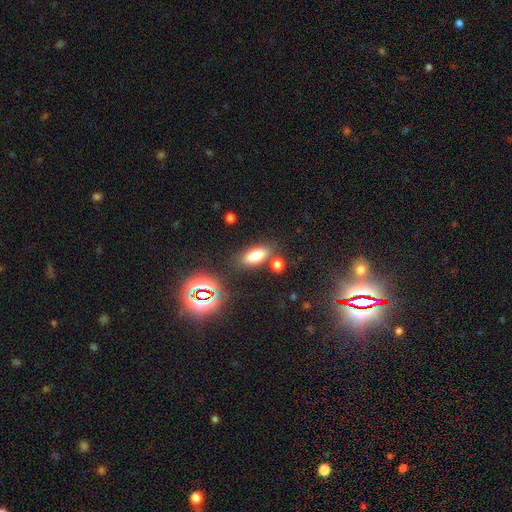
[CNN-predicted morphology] smooth-or-featured: smooth: 75% | star or artifact: 14% | featured or disk: 11%
  how-rounded: in between: 78% | cigar-shaped: 17% | round: 5%
  merging: none: 74% | minor disturbance: 13% | merger: 9% | major disturbance: 4%